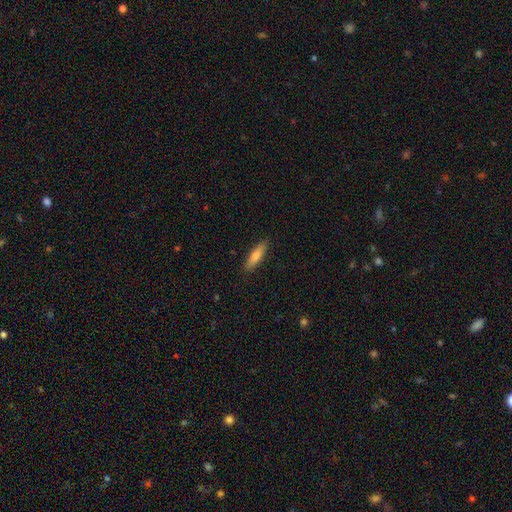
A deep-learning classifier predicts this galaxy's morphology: A smooth galaxy with no disk features (73%) that is cigar-shaped (73%). Merging: none (89%).